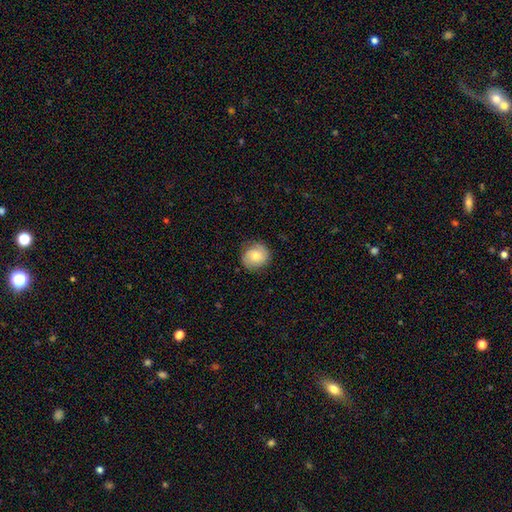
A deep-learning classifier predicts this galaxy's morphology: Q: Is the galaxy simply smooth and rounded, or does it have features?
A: smooth — 64%.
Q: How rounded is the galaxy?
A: round — 83%.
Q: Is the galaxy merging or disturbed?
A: none — 81%.